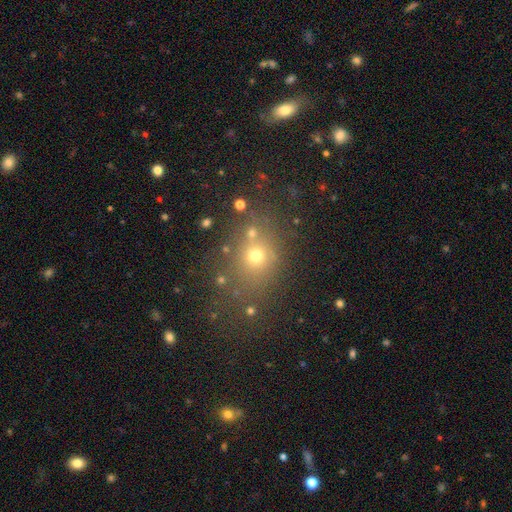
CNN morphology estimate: Smooth or featured: smooth — 63% (star or artifact — 25%)
How rounded: round — 66% (in between — 32%)
Merging: none — 69% (minor disturbance — 14%)